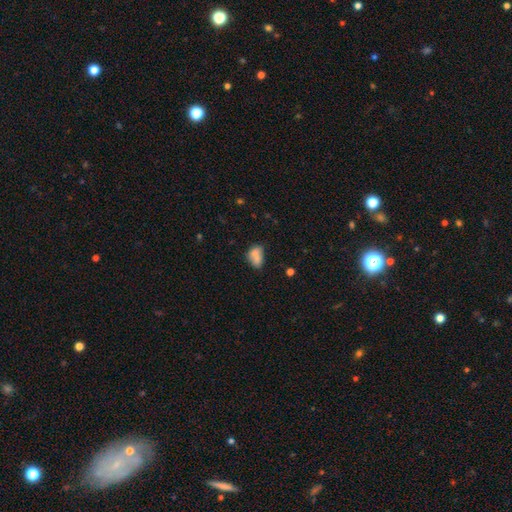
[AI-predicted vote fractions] Smooth or featured? smooth (73%)
How rounded? in between (77%)
Merging? merger (41%)